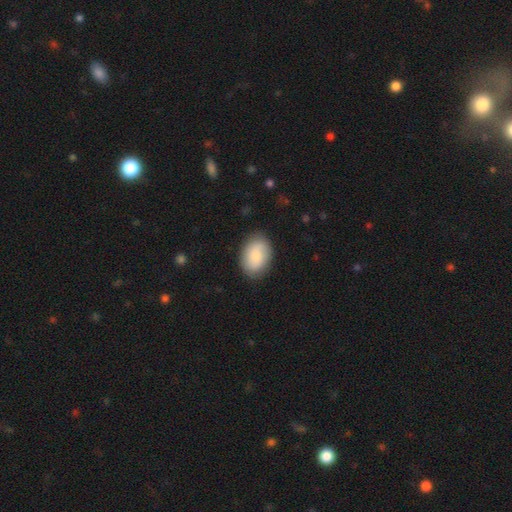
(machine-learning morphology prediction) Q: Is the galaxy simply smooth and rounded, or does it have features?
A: smooth — 79%.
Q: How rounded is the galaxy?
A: in between — 84%.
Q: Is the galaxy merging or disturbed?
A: none — 84%.